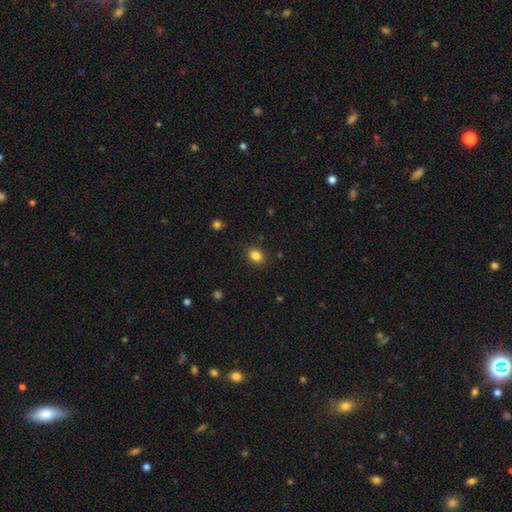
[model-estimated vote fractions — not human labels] Overall: smooth (85%). How rounded: in between (60%; round 39%). Merging: none (88%).